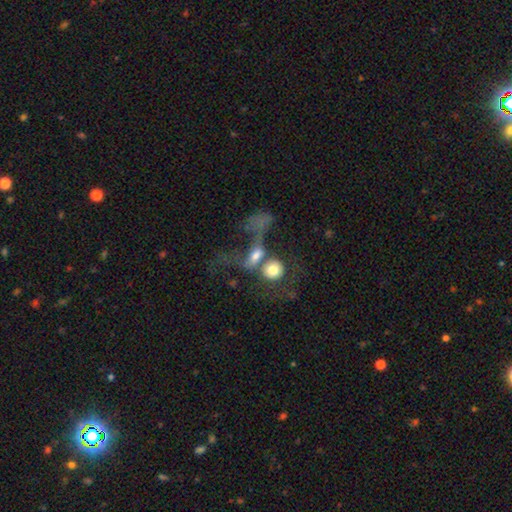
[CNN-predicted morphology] smooth 56%, featured or disk 32%, star or artifact 11%. Down the decision tree: how rounded — round (48%); merging — merger (58%).